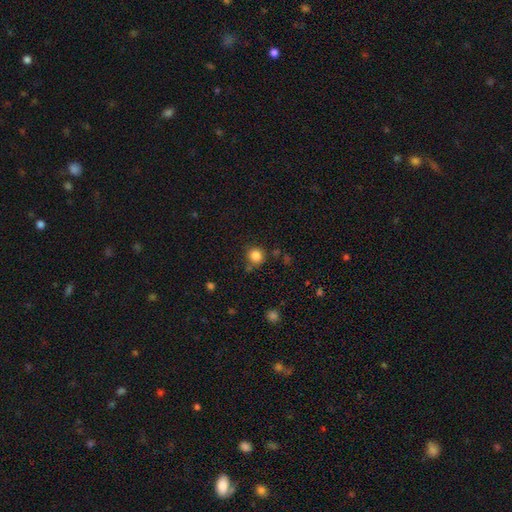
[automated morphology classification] A smooth galaxy with no disk features (84%) that is round (89%). Merging: none (78%).